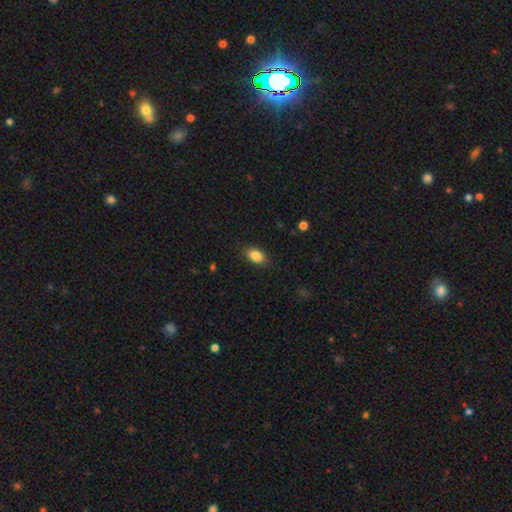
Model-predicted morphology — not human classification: smooth-or-featured: smooth: 87% | star or artifact: 8% | featured or disk: 5%
  how-rounded: in between: 89% | round: 9% | cigar-shaped: 2%
  merging: none: 85% | minor disturbance: 11% | major disturbance: 3% | merger: 1%